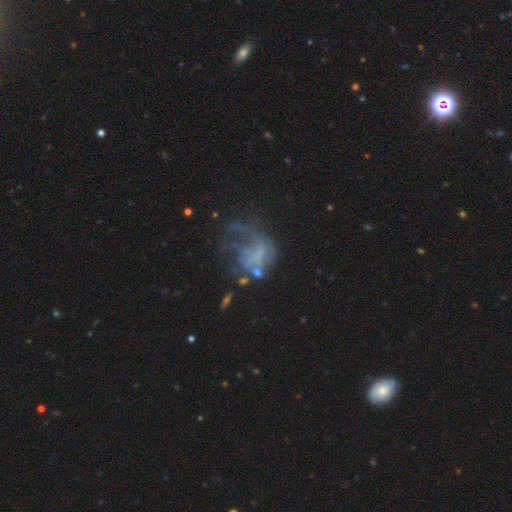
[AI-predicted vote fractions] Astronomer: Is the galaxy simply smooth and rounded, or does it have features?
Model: featured or disk — 62%.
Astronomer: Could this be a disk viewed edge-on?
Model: no — 98%.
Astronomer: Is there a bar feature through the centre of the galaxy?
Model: no — 83%.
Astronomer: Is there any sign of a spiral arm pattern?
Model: no — 66%.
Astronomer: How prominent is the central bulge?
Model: none — 74%.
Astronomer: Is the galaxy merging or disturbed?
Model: major disturbance — 52%.